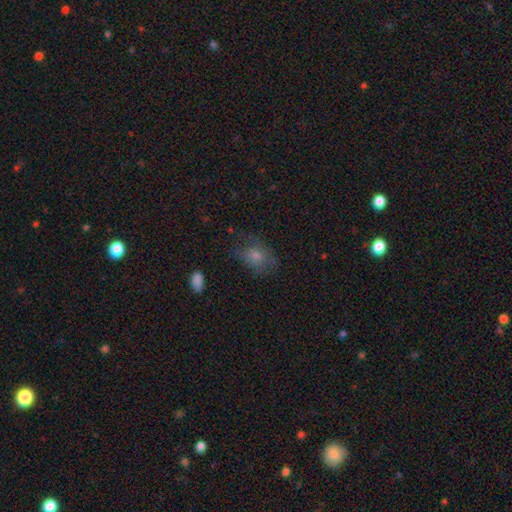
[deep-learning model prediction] smooth 56%, featured or disk 28%, star or artifact 16%. Down the decision tree: how rounded — in between (67%); merging — none (59%).